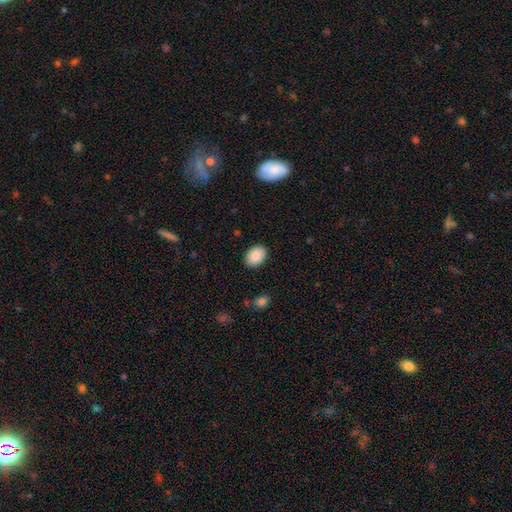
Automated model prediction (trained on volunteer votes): This appears to be a smooth galaxy with no disk features (89%) that is in between round and cigar-shaped (79%). Merging: none (89%).